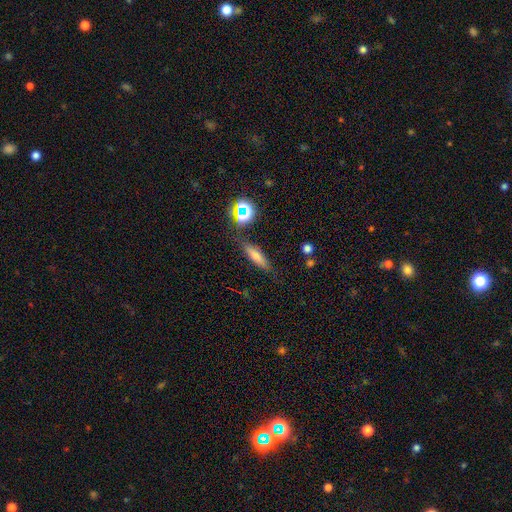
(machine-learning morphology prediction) Smooth or featured?
  - smooth: 60% *
  - featured or disk: 25%
  - star or artifact: 15%
How rounded?
  - cigar-shaped: 67% *
  - in between: 28%
  - round: 5%
Merging?
  - none: 80% *
  - minor disturbance: 13%
  - major disturbance: 4%
  - merger: 4%